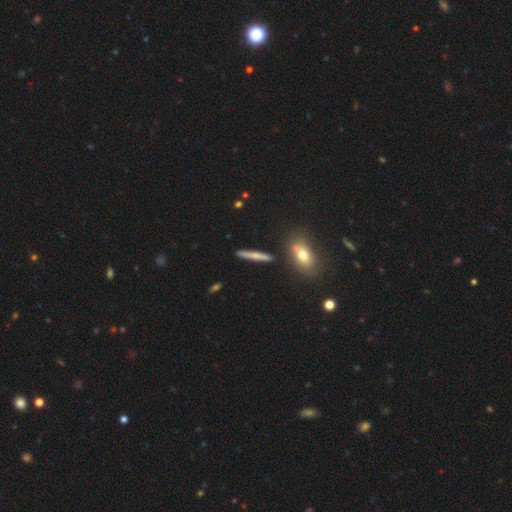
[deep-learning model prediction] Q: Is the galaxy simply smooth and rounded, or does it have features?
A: smooth — 57%.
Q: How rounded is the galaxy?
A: cigar-shaped — 91%.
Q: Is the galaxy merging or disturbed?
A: none — 87%.